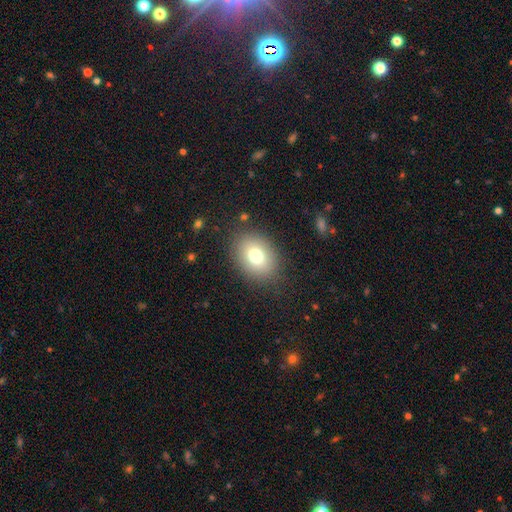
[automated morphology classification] type=smooth (75%); roundness=in between (65%); merging=none (85%).